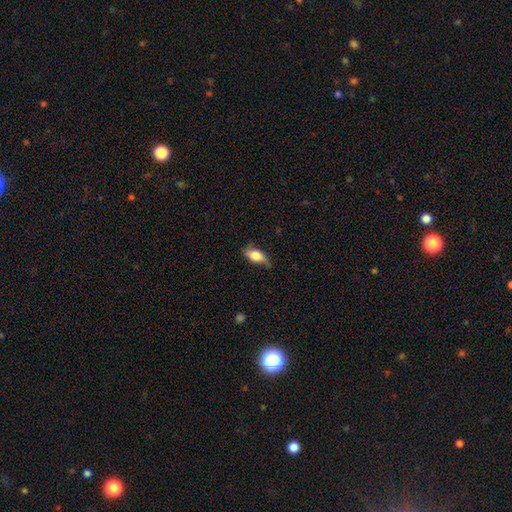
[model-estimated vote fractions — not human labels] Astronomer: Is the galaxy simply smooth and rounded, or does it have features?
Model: smooth — 71%.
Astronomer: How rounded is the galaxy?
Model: in between — 83%.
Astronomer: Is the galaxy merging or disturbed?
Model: none — 66%.